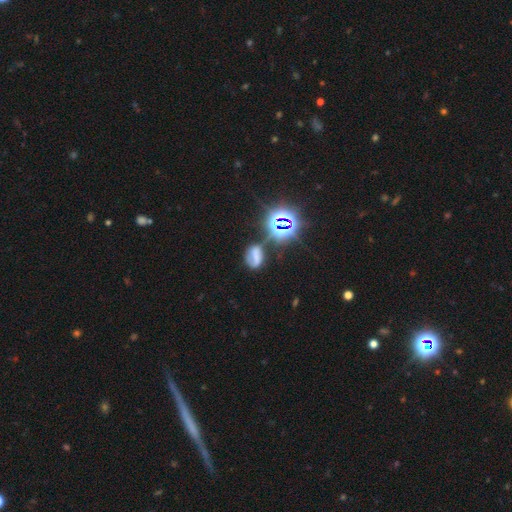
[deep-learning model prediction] A smooth galaxy with no disk features (35%).

Vote fractions:
- Smooth or featured? smooth: 35% / featured or disk: 33% / star or artifact: 32%
- Merging? none: 42% / minor disturbance: 24% / major disturbance: 21% / merger: 13%